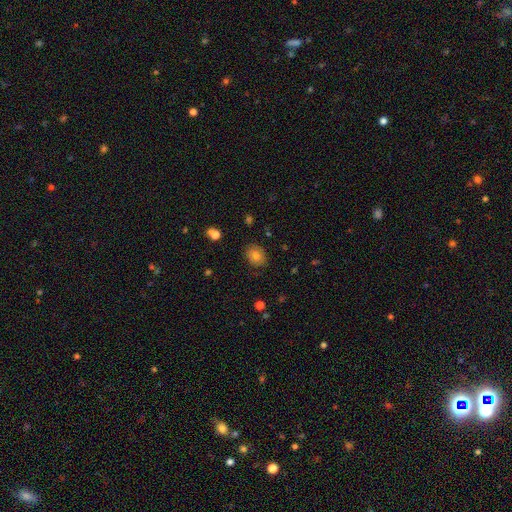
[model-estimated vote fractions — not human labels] Smooth or featured? Predicted: smooth (p=0.73). How rounded? Predicted: round (p=0.53). Merging? Predicted: none (p=0.83).